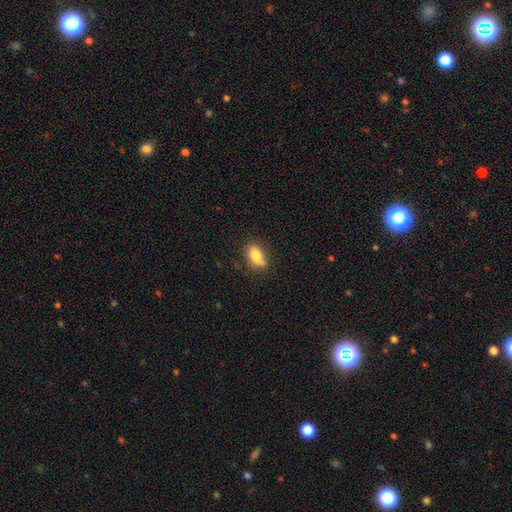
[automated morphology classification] smooth-or-featured: smooth: 79% | featured or disk: 13% | star or artifact: 8%
  how-rounded: in between: 86% | cigar-shaped: 7% | round: 6%
  merging: none: 68% | minor disturbance: 24% | major disturbance: 6% | merger: 3%